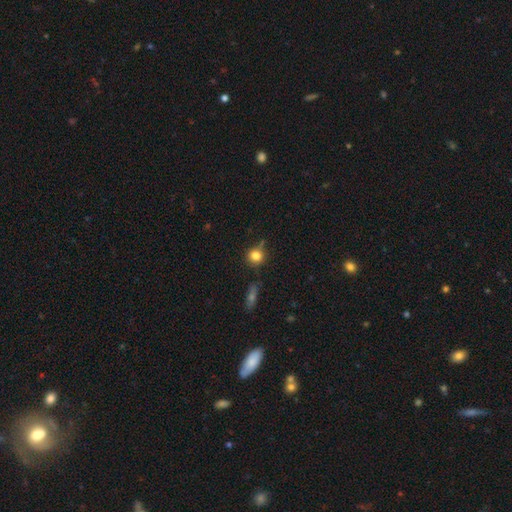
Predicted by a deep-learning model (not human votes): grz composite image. It shows a smooth galaxy with no disk features (81%) that is round (85%). Merging: none (69%).